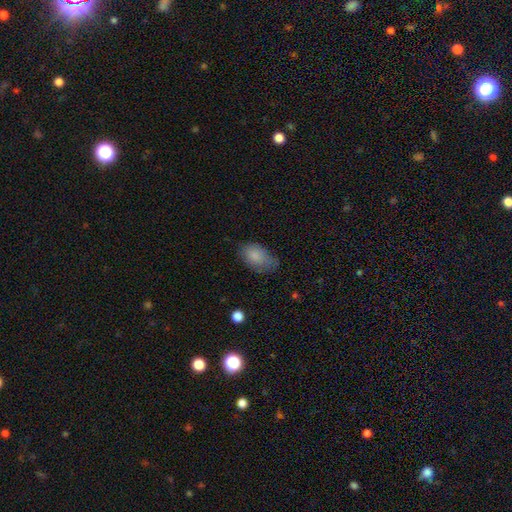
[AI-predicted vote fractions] smooth-or-featured: smooth: 82% | featured or disk: 11% | star or artifact: 7%
  how-rounded: in between: 90% | round: 8% | cigar-shaped: 2%
  merging: none: 46% | minor disturbance: 38% | major disturbance: 14% | merger: 2%